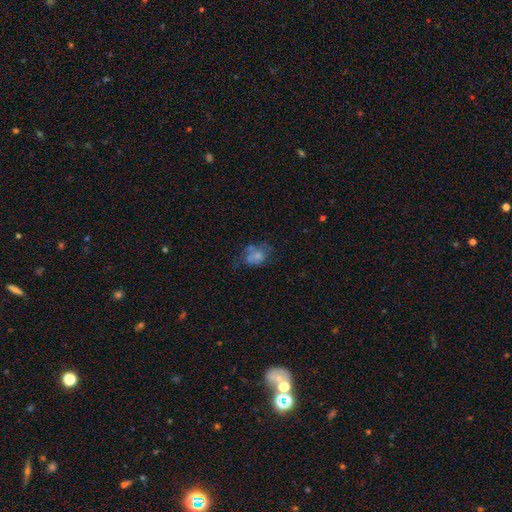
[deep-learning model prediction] Smooth or featured? Predicted: smooth (p=0.51). How rounded? Predicted: in between (p=0.67). Merging? Predicted: none (p=0.35).